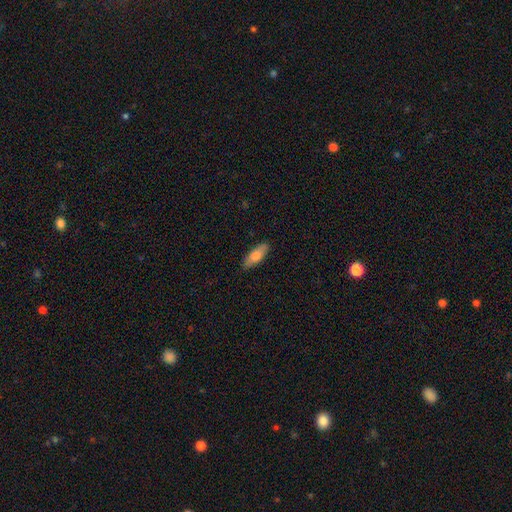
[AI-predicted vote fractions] A smooth galaxy with no disk features (74%) that is in between round and cigar-shaped (66%). Merging: none (86%).